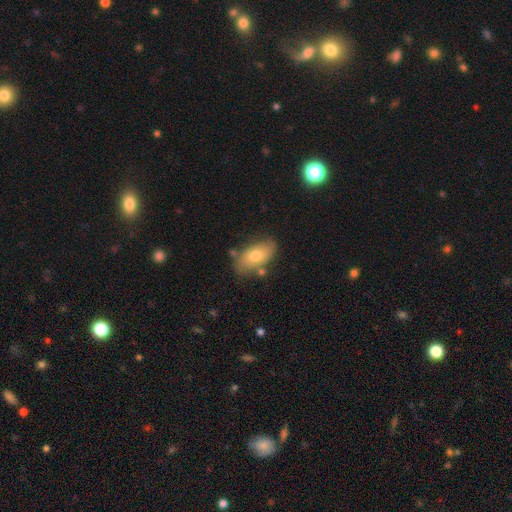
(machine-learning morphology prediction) A smooth galaxy with no disk features (68%) that is in between round and cigar-shaped (91%).

Vote fractions:
- Smooth or featured? smooth: 68% / featured or disk: 24% / star or artifact: 8%
- How rounded? in between: 91% / round: 5% / cigar-shaped: 4%
- Merging? none: 71% / minor disturbance: 18% / merger: 6% / major disturbance: 4%